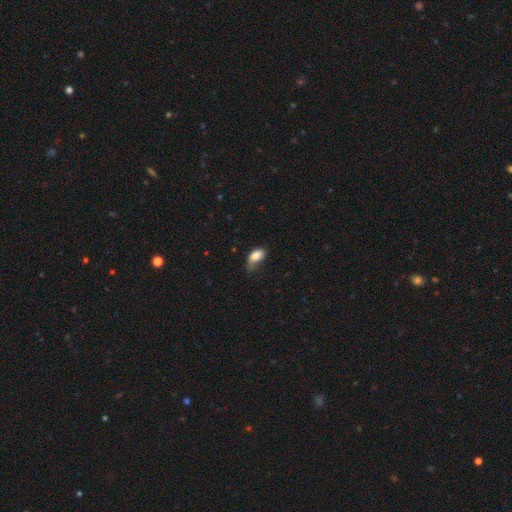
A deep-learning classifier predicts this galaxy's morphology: Smooth or featured? Predicted: smooth (p=0.81). How rounded? Predicted: in between (p=0.91). Merging? Predicted: minor disturbance (p=0.42).